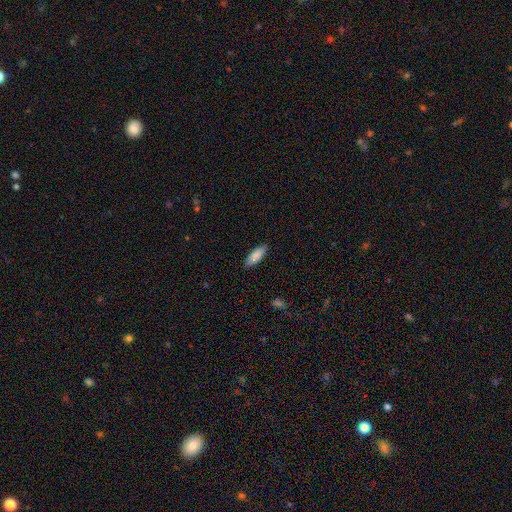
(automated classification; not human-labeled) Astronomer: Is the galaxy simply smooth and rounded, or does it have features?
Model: smooth — 87%.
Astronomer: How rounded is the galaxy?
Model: in between — 64%.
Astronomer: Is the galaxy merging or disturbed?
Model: none — 88%.